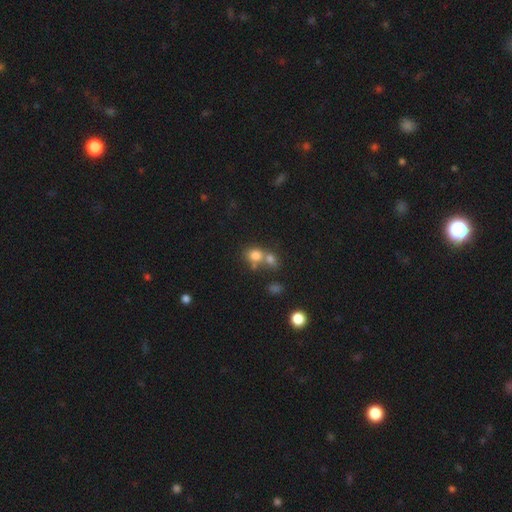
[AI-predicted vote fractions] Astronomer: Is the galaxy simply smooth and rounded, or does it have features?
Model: smooth — 76%.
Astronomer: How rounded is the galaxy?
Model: round — 67%.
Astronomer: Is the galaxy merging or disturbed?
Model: merger — 50% (runner-up: none, 37%).